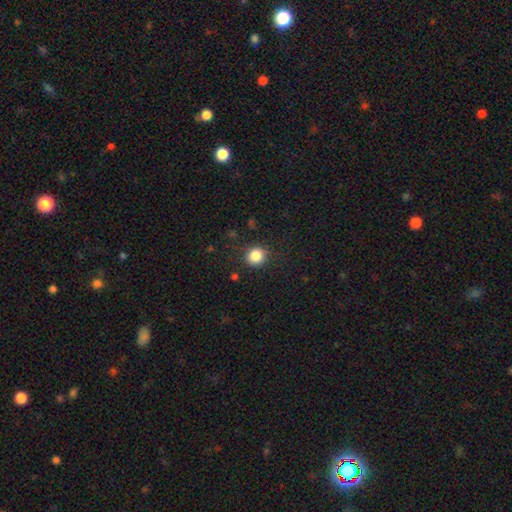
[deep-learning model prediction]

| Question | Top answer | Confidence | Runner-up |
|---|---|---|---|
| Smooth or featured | smooth | 84% | star or artifact (11%) |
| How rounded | round | 89% | in between (10%) |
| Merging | none | 87% | minor disturbance (9%) |